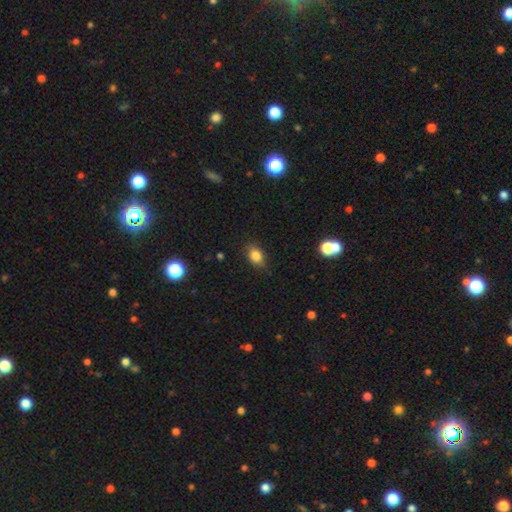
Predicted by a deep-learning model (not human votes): The model was most divided on "how rounded": in between: 77%, round: 20%, cigar-shaped: 2%. More confident: smooth or featured — smooth (83%); merging — none (82%).